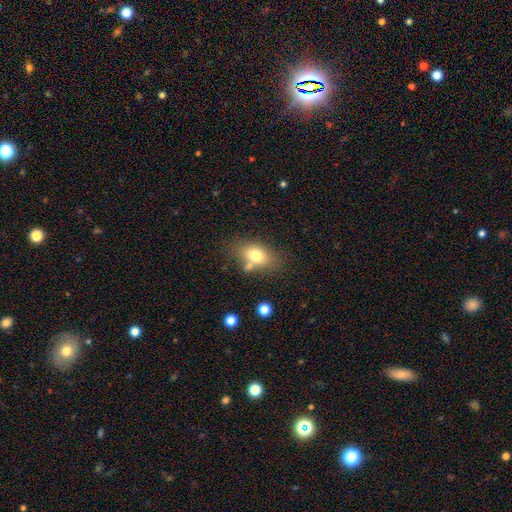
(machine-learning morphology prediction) This is likely a smooth galaxy (73%). How rounded: likely in between (78%). Merging: likely none (61%).